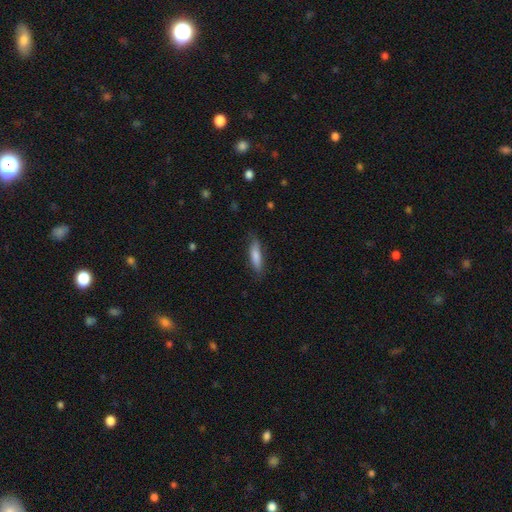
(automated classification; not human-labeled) smooth_or_featured: smooth (p=0.78) [alt: featured or disk p=0.16]
how_rounded: cigar-shaped (p=0.71) [alt: in between p=0.27]
merging: none (p=0.80) [alt: minor disturbance p=0.15]